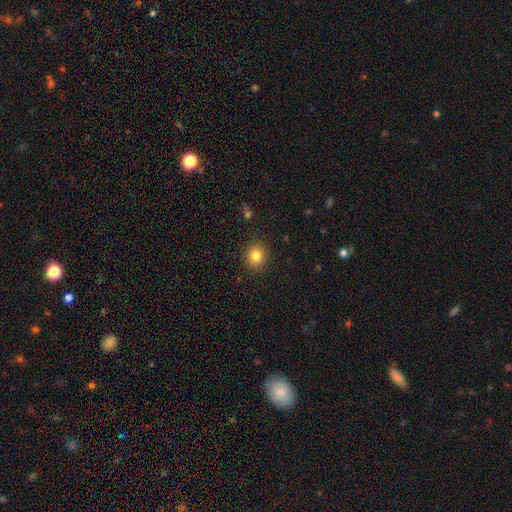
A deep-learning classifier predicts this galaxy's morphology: Q: Smooth or featured?
A: smooth (82%); runner-up: star or artifact (11%)
Q: How rounded?
A: round (77%); runner-up: in between (22%)
Q: Merging?
A: none (90%); runner-up: minor disturbance (7%)